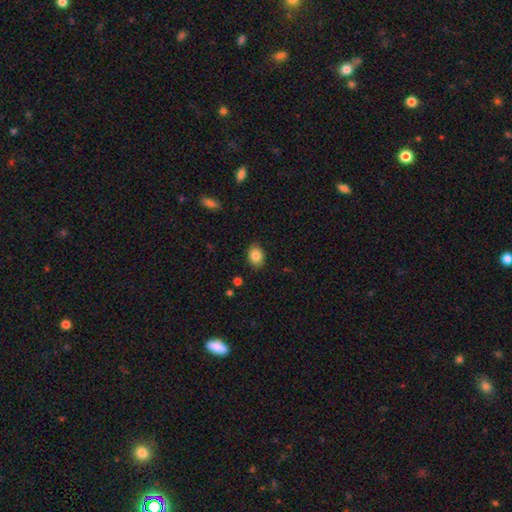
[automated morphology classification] This appears to be a smooth galaxy with no disk features (85%) that is in between round and cigar-shaped (64%). Merging: none (86%).